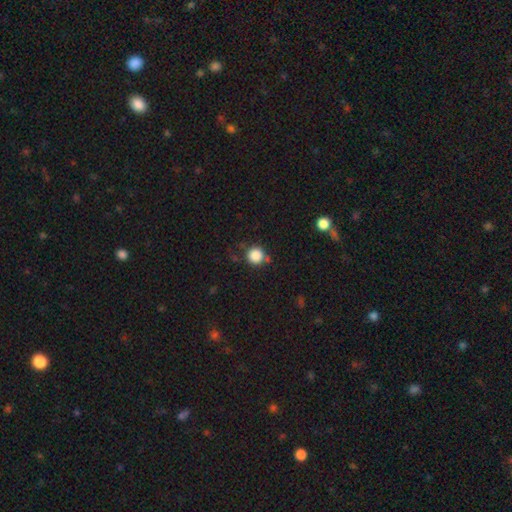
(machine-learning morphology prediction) This is clearly a smooth galaxy (86%). How rounded: clearly round (93%). Merging: likely none (75%).